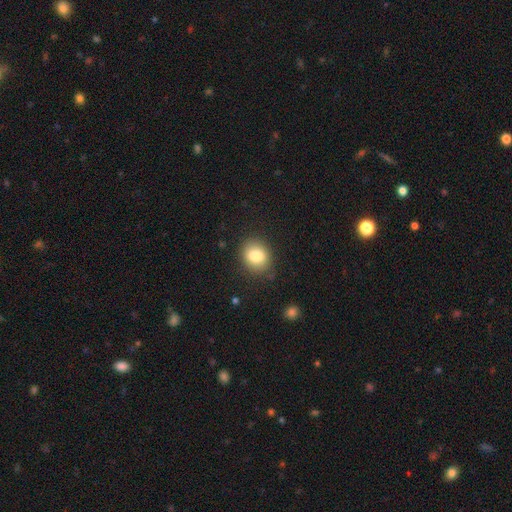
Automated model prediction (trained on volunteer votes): Overall: smooth (83%). How rounded: round (59%; in between 40%). Merging: none (84%).